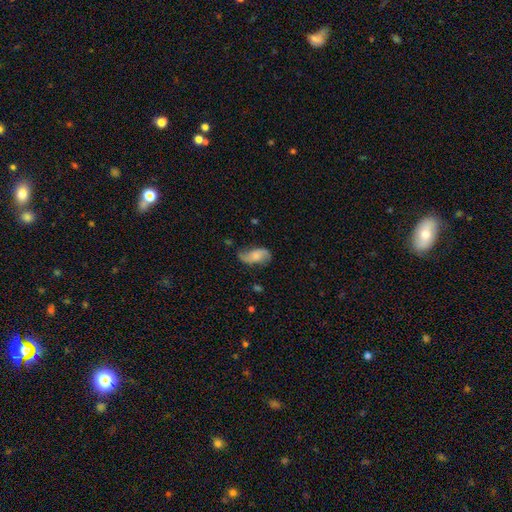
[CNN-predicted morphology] smooth-or-featured: featured or disk: 60% | smooth: 32% | star or artifact: 8%
  disk-edge-on: no: 96% | yes: 4%
    bar: no: 58% | weak: 35% | strong: 7%
    has-spiral-arms: yes: 91% | no: 9%
      spiral-winding: loose: 66% | medium: 26% | tight: 8%
      spiral-arm-count: 2: 88% | can't tell: 5% | 1: 4% | 3: 1% | 4: 1% | more than 4: 1%
    bulge-size: moderate: 30% | none: 29% | small: 27% | large: 12% | dominant: 2%
  merging: none: 61% | minor disturbance: 25% | major disturbance: 11% | merger: 3%